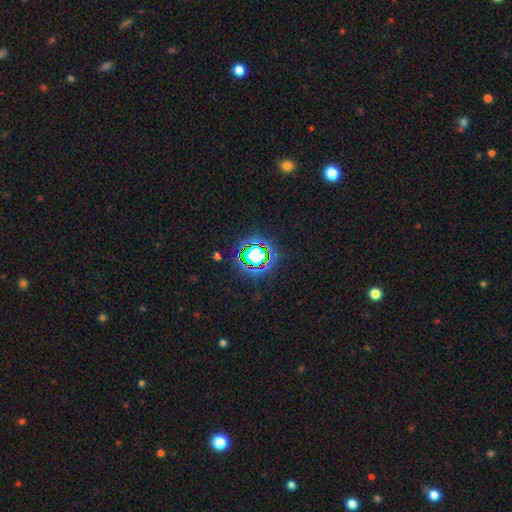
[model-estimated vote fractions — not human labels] A star or artifact, not a galaxy (66%).

Vote fractions:
- Smooth or featured? star or artifact: 66% / smooth: 22% / featured or disk: 13%